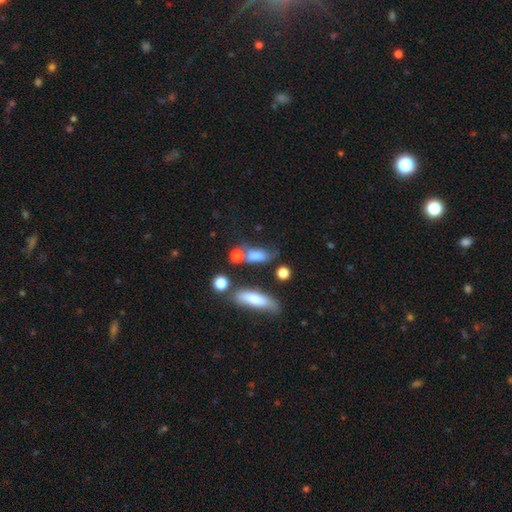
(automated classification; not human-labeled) This is likely a smooth galaxy (71%). How rounded: likely in between (64%). Merging: marginally none (42%).